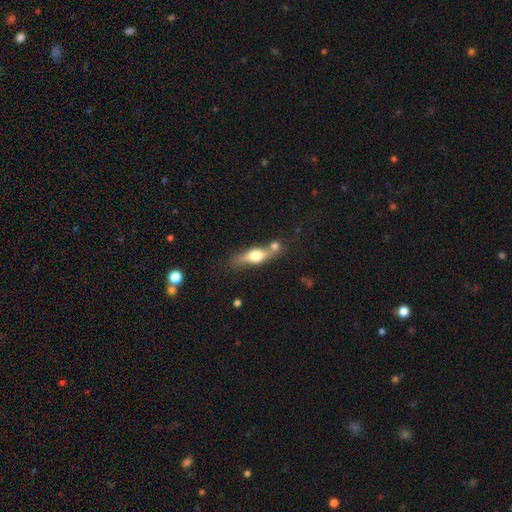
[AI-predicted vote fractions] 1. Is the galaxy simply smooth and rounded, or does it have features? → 47% smooth, 46% featured or disk, 7% star or artifact.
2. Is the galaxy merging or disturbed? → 50% none, 29% merger, 15% minor disturbance, 6% major disturbance.